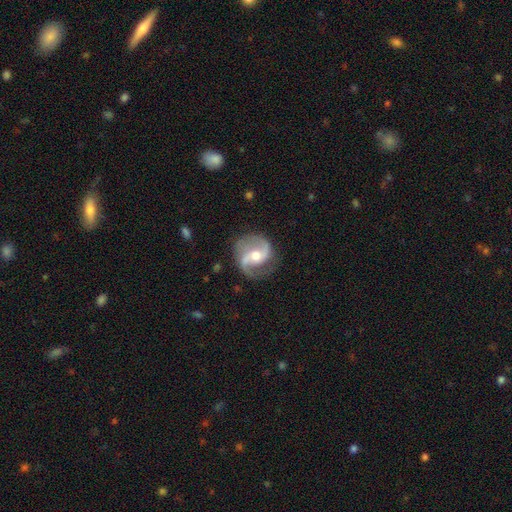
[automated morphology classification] Smooth or featured: featured or disk — 89% (smooth — 7%)
Edge-on disk: no — 98% (yes — 2%)
Bar: weak — 43% (no — 38%)
Spiral arms: yes — 97% (no — 3%)
Spiral winding: medium — 52% (loose — 34%)
Spiral arm count: 2 — 91% (1 — 3%)
Bulge size: moderate — 68% (small — 25%)
Merging: none — 78% (minor disturbance — 14%)